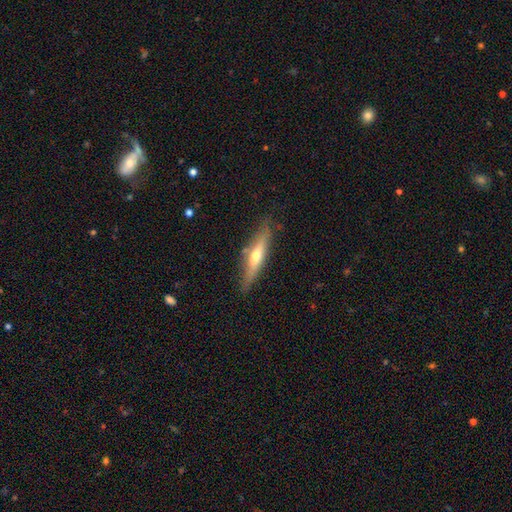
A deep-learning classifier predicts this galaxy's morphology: type=featured or disk (55%); edge-on=yes (89%); merging=none (81%).